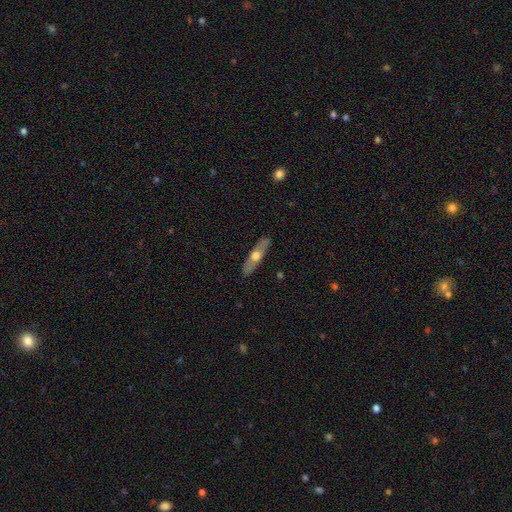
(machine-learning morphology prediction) This is possibly a smooth galaxy (47%, tied with featured or disk). Merging: clearly none (88%).